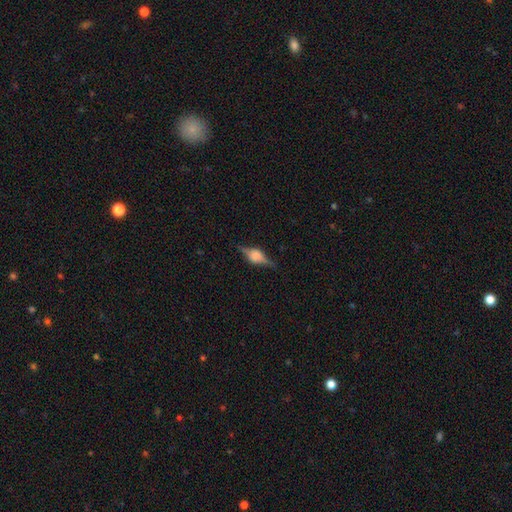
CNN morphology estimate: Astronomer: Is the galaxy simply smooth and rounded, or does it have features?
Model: featured or disk — 73%.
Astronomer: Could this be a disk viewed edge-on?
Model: yes — 96%.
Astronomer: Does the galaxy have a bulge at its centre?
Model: rounded — 83%.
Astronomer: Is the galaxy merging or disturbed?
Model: none — 82%.